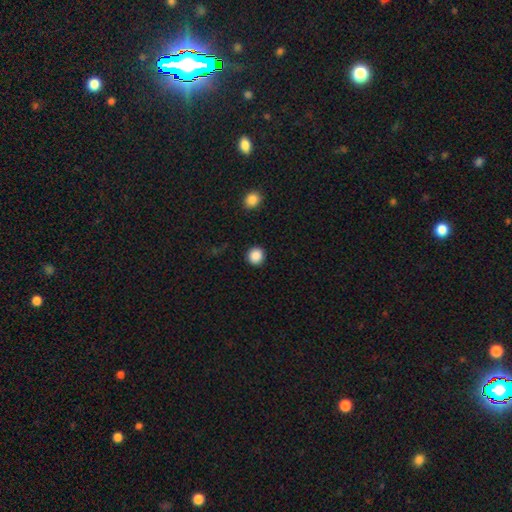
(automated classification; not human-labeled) Smooth or featured?
  - smooth: 89% *
  - star or artifact: 9%
  - featured or disk: 2%
How rounded?
  - round: 90% *
  - in between: 9%
  - cigar-shaped: 1%
Merging?
  - none: 91% *
  - minor disturbance: 6%
  - major disturbance: 2%
  - merger: 1%